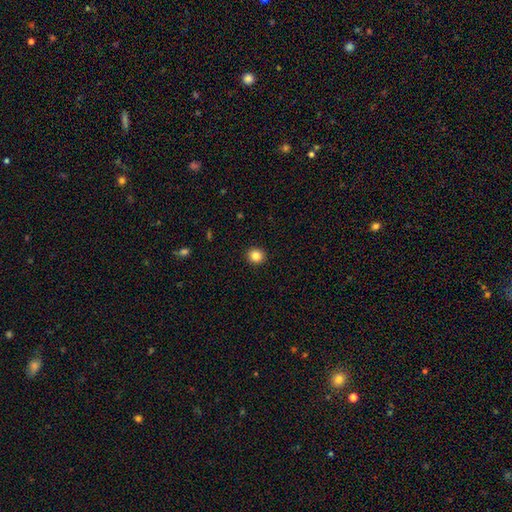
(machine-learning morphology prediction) A smooth galaxy with no disk features (85%) that is round (88%). Merging: none (93%).